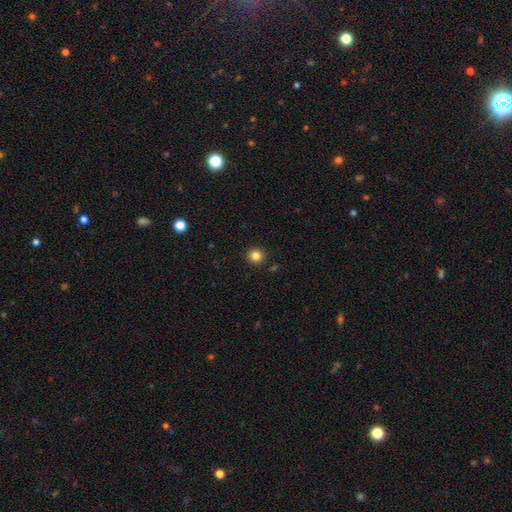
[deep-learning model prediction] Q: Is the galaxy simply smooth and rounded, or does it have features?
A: smooth — 83%.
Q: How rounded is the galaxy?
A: round — 92%.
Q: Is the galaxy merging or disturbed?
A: none — 92%.